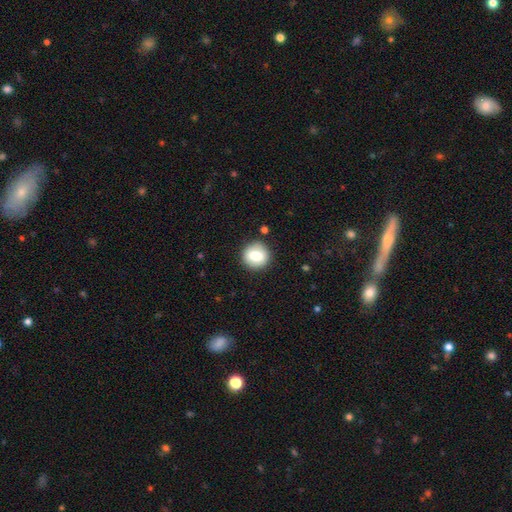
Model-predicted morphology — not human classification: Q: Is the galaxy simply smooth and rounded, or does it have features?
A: smooth — 79%.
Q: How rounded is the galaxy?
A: round — 90%.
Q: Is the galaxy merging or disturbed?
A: none — 89%.